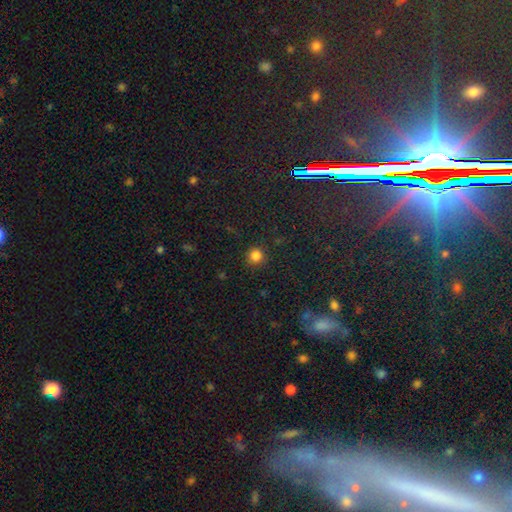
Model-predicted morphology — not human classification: A smooth galaxy with no disk features (83%) that is round (93%).

Vote fractions:
- Smooth or featured? smooth: 83% / star or artifact: 13% / featured or disk: 4%
- How rounded? round: 93% / in between: 6% / cigar-shaped: 1%
- Merging? none: 89% / minor disturbance: 7% / major disturbance: 3% / merger: 1%